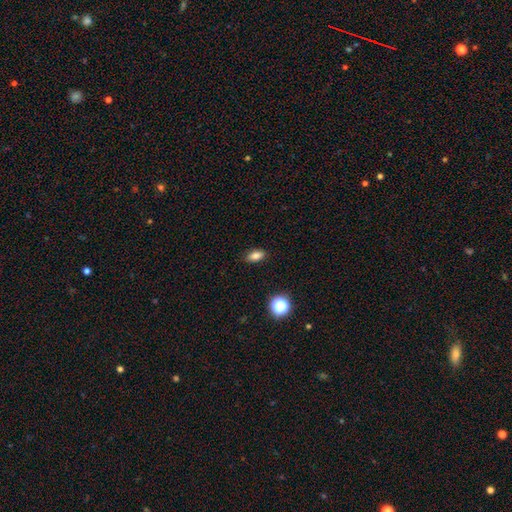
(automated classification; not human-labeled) This appears to be a smooth galaxy with no disk features (82%) that is in between round and cigar-shaped (84%). Merging: none (86%).